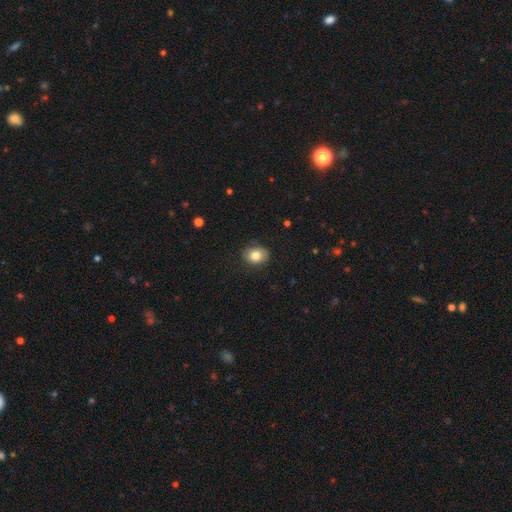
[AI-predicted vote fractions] This appears to be a smooth galaxy with no disk features (81%) that is round (50%). Merging: none (82%).